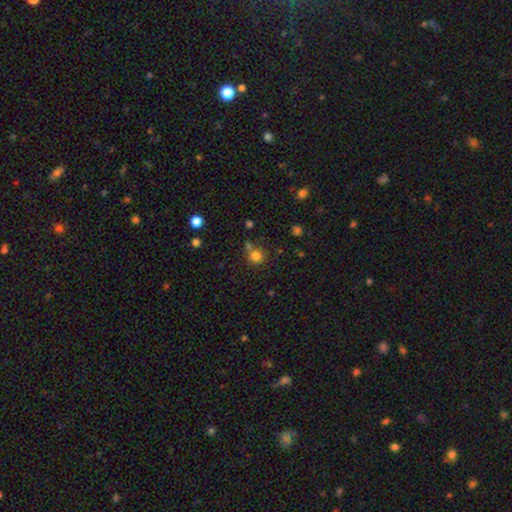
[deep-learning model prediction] This is likely a smooth galaxy (79%). How rounded: clearly round (90%). Merging: likely none (64%).